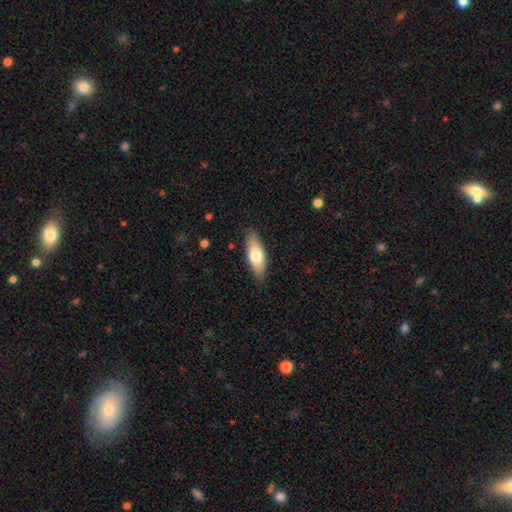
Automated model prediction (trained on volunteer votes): Smooth or featured?
  - smooth: 73% *
  - featured or disk: 22%
  - star or artifact: 6%
How rounded?
  - in between: 69% *
  - cigar-shaped: 28%
  - round: 2%
Merging?
  - none: 86% *
  - minor disturbance: 11%
  - major disturbance: 2%
  - merger: 1%